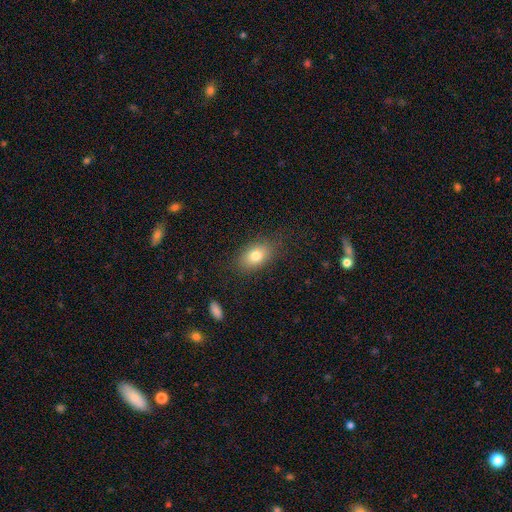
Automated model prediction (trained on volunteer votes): Overall: smooth (78%). How rounded: in between (86%). Merging: none (81%).